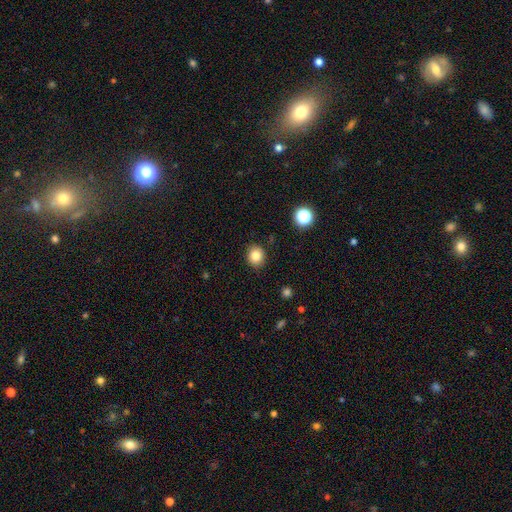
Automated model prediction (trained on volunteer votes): Morphology: type=smooth (82%); roundness=round (74%); merging=none (89%).